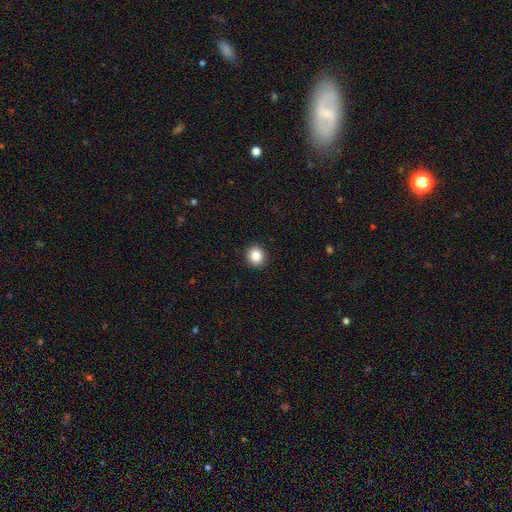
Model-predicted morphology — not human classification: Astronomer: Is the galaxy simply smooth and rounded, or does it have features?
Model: smooth — 85%.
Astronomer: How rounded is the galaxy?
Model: round — 87%.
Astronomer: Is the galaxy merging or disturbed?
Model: none — 93%.